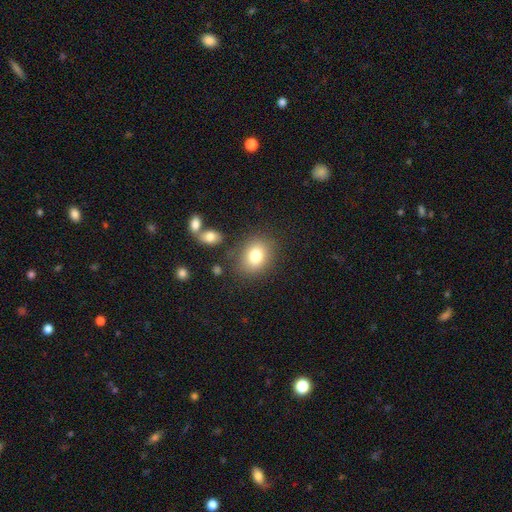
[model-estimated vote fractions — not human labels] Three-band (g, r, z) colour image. It shows a smooth galaxy with no disk features (80%) that is in between round and cigar-shaped (51%). Merging: none (79%).